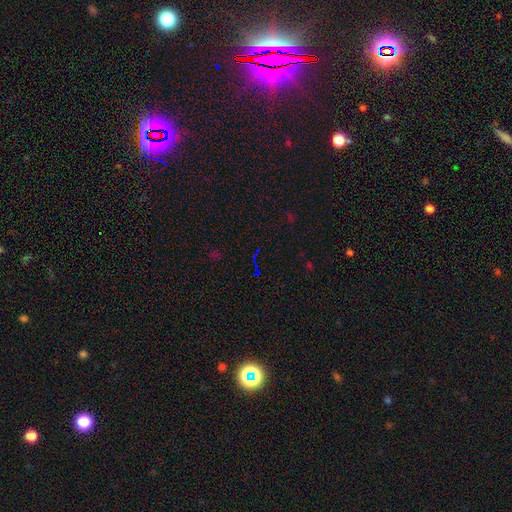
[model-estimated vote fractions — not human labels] Smooth or featured? star or artifact (73%)